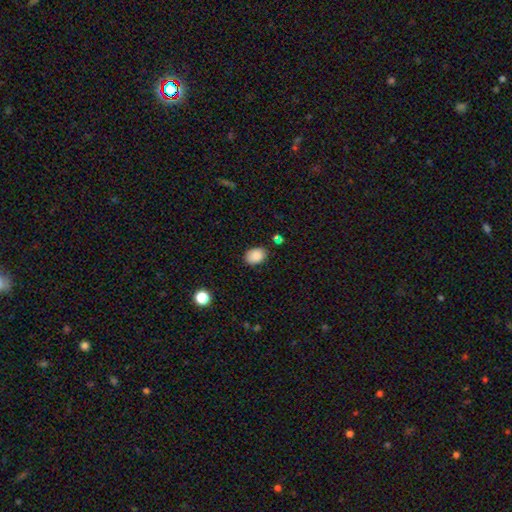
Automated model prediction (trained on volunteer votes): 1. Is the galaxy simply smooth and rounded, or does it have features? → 88% smooth, 9% star or artifact, 4% featured or disk.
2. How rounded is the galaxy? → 73% in between, 26% round, 1% cigar-shaped.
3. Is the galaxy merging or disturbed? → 81% none, 13% minor disturbance, 3% major disturbance, 3% merger.